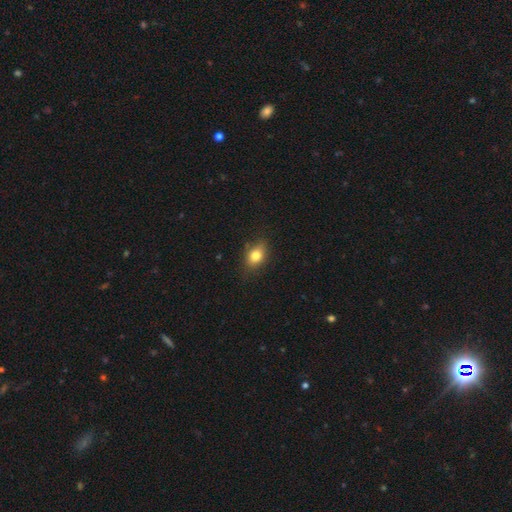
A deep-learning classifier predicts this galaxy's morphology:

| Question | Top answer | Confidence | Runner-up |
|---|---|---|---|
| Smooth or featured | smooth | 80% | featured or disk (10%) |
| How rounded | in between | 71% | round (26%) |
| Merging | none | 78% | minor disturbance (17%) |